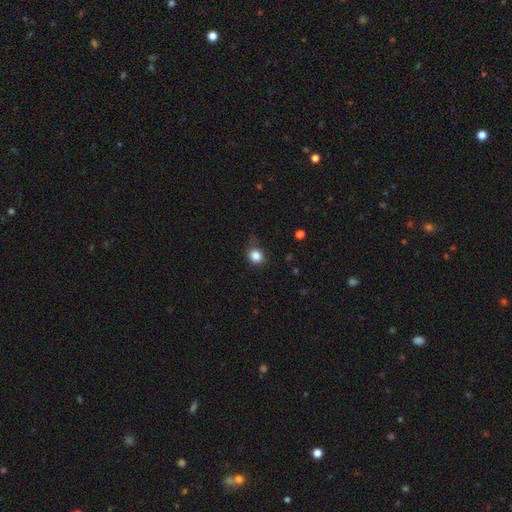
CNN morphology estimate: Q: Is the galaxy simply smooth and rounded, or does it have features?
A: smooth — 85%.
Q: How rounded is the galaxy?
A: round — 73%.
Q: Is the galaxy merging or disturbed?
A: none — 68%.